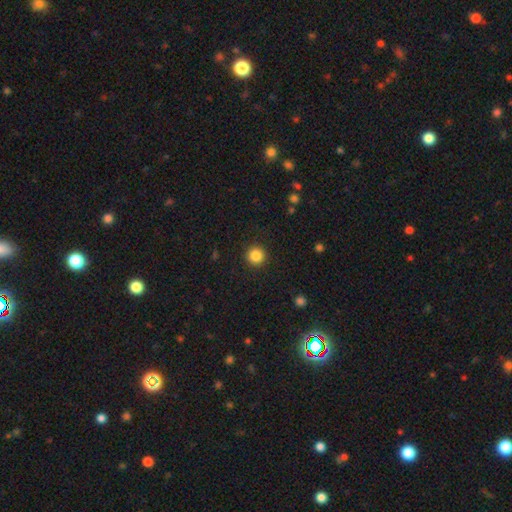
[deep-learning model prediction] The model was most divided on "smooth or featured": smooth: 86%, star or artifact: 10%, featured or disk: 4%. More confident: how rounded — round (95%); merging — none (92%).